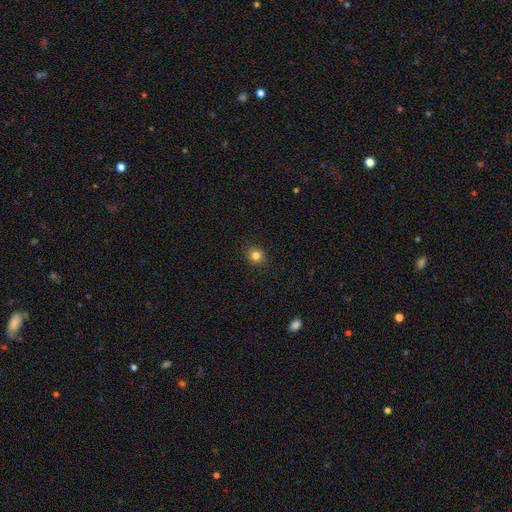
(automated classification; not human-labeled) Smooth or featured?
  - smooth: 82% *
  - star or artifact: 12%
  - featured or disk: 6%
How rounded?
  - round: 82% *
  - in between: 17%
  - cigar-shaped: 1%
Merging?
  - none: 90% *
  - minor disturbance: 7%
  - major disturbance: 2%
  - merger: 1%